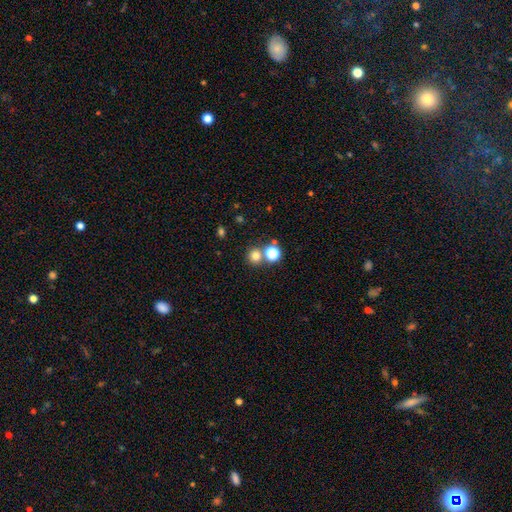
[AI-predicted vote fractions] The model was most divided on "merging": none: 70%, merger: 21%, minor disturbance: 6%, major disturbance: 3%. More confident: how rounded — round (92%); smooth or featured — smooth (75%).